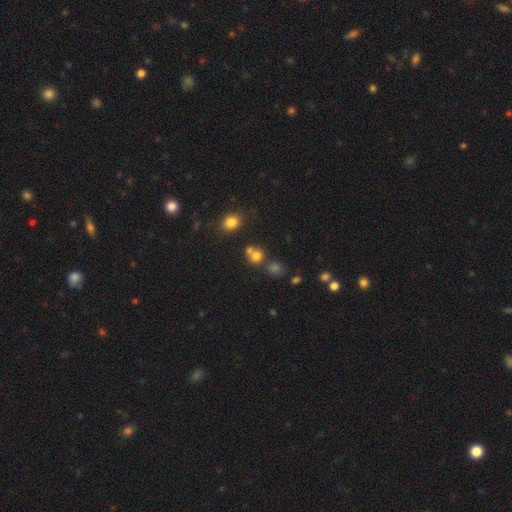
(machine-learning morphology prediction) Smooth or featured: smooth — 71% (star or artifact — 19%)
How rounded: round — 83% (in between — 16%)
Merging: none — 54% (merger — 34%)